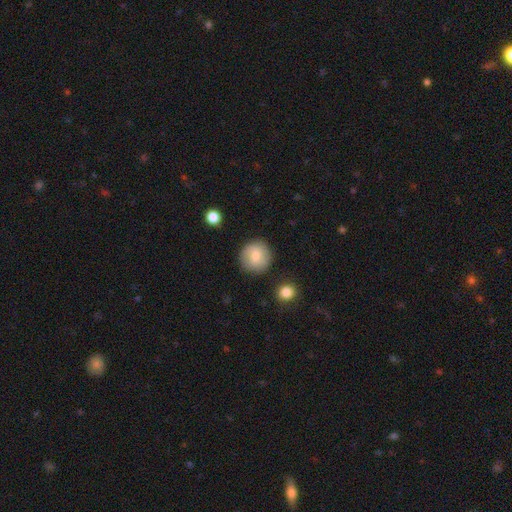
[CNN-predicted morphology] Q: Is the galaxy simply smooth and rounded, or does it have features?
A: smooth — 75%.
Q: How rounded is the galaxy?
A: round — 93%.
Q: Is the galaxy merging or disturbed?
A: none — 85%.